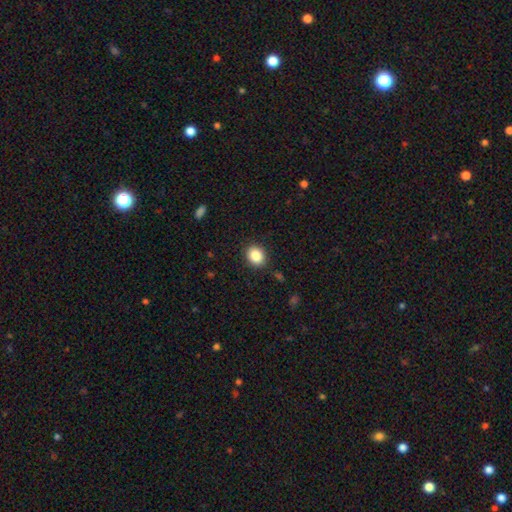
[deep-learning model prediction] smooth_or_featured: smooth (p=0.86) [alt: star or artifact p=0.09]
how_rounded: round (p=0.57) [alt: in between p=0.42]
merging: none (p=0.87) [alt: minor disturbance p=0.09]